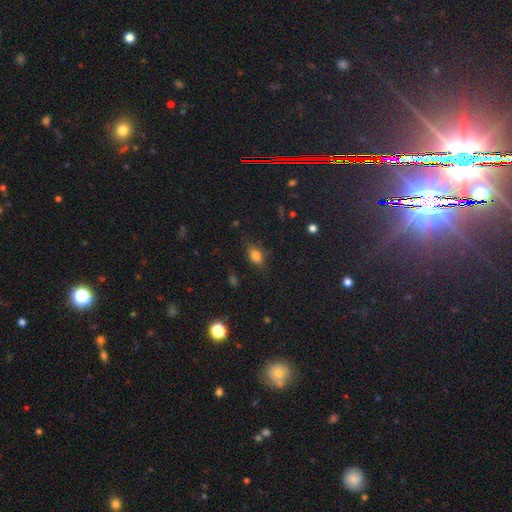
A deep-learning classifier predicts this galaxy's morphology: This is likely a smooth galaxy (78%). How rounded: likely in between (80%). Merging: likely none (76%).